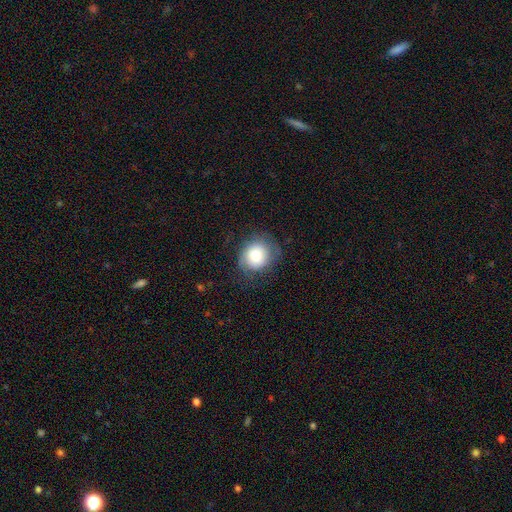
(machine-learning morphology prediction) Q: Smooth or featured?
A: smooth (70%); runner-up: featured or disk (21%)
Q: How rounded?
A: round (75%); runner-up: in between (24%)
Q: Merging?
A: none (68%); runner-up: minor disturbance (21%)